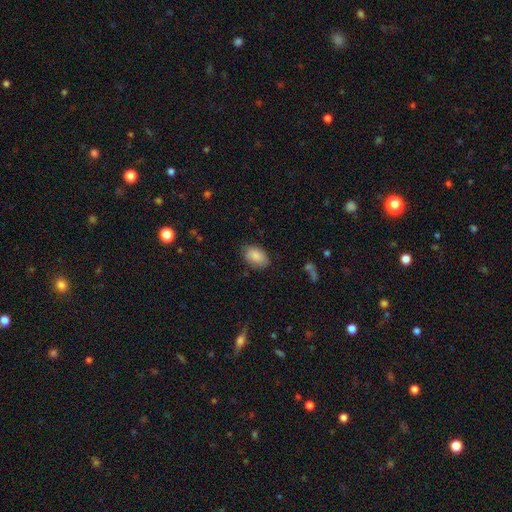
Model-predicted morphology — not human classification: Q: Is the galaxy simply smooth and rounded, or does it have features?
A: smooth — 87%.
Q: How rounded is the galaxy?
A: in between — 92%.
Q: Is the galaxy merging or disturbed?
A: none — 81%.